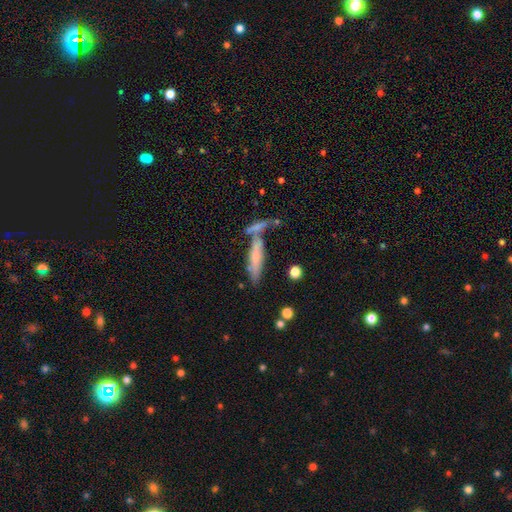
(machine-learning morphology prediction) Smooth or featured?
  - smooth: 57% *
  - featured or disk: 35%
  - star or artifact: 8%
How rounded?
  - cigar-shaped: 77% *
  - in between: 21%
  - round: 2%
Merging?
  - none: 51% *
  - merger: 26%
  - minor disturbance: 16%
  - major disturbance: 7%